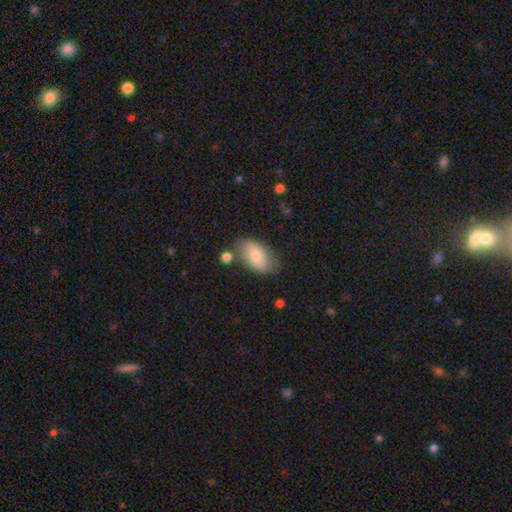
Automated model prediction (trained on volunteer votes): The model was most divided on "smooth or featured": smooth: 72%, featured or disk: 21%, star or artifact: 7%. More confident: how rounded — in between (93%); merging — none (74%).